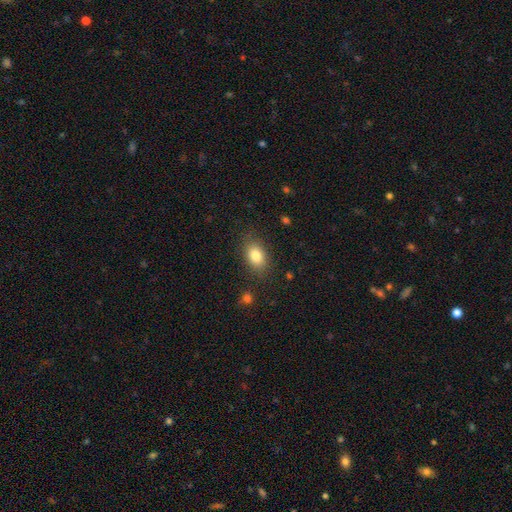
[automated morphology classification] Q: Smooth or featured?
A: smooth (83%); runner-up: star or artifact (9%)
Q: How rounded?
A: in between (82%); runner-up: round (16%)
Q: Merging?
A: none (83%); runner-up: minor disturbance (12%)